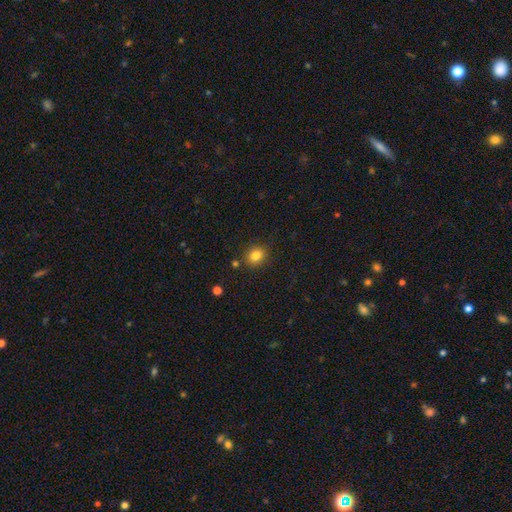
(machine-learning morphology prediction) The model was most divided on "how rounded": round: 68%, in between: 31%, cigar-shaped: 1%. More confident: merging — none (85%); smooth or featured — smooth (83%).